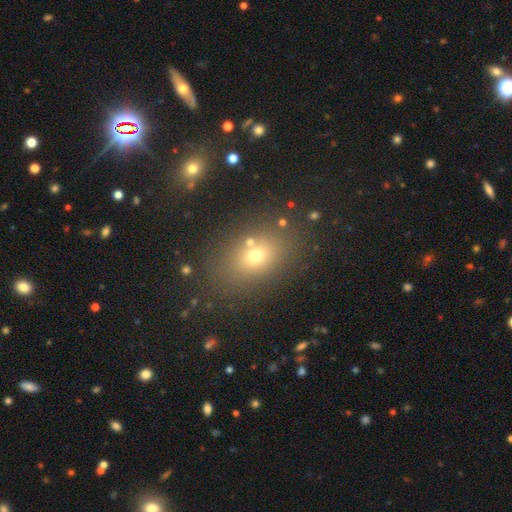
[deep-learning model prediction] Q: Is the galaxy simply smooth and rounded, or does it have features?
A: smooth — 66%.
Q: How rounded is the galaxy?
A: in between — 64%.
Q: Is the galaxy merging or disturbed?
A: none — 77%.